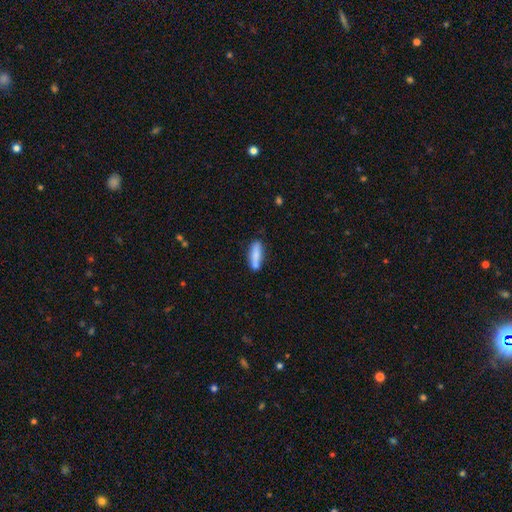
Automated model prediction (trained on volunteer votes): smooth_or_featured: smooth (p=0.79) [alt: featured or disk p=0.14]
how_rounded: cigar-shaped (p=0.58) [alt: in between p=0.40]
merging: none (p=0.68) [alt: minor disturbance p=0.17]